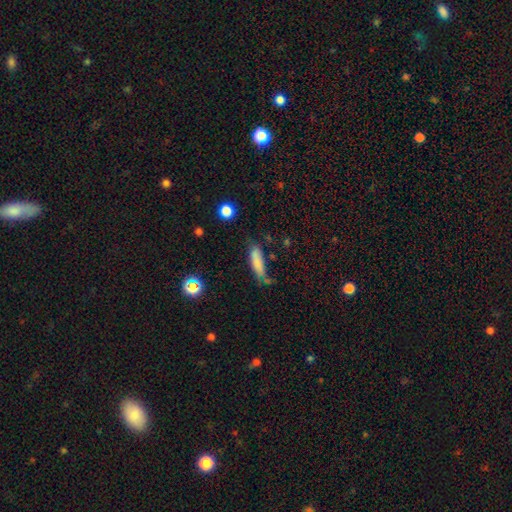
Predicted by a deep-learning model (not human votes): smooth 75%, featured or disk 13%, star or artifact 11%. Down the decision tree: how rounded — cigar-shaped (66%); merging — none (61%).